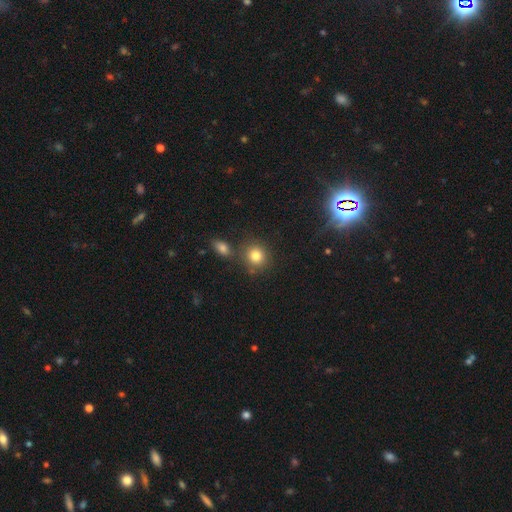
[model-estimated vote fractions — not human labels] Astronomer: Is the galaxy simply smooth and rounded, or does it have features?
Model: smooth — 82%.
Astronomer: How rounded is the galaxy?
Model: round — 84%.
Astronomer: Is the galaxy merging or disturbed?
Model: none — 72%.